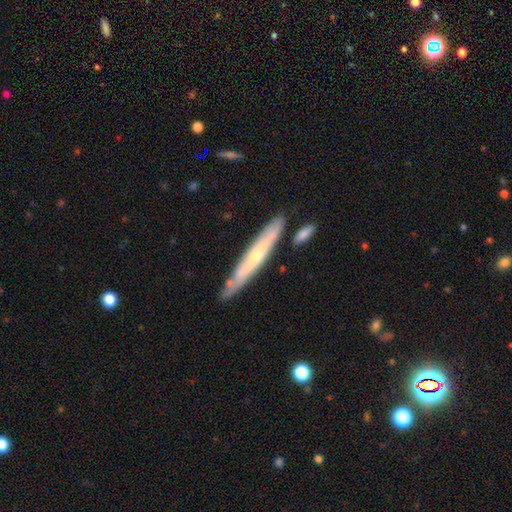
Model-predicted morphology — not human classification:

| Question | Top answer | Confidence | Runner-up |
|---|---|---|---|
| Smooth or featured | featured or disk | 53% | smooth (42%) |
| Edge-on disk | yes | 83% | no (17%) |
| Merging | none | 78% | minor disturbance (14%) |